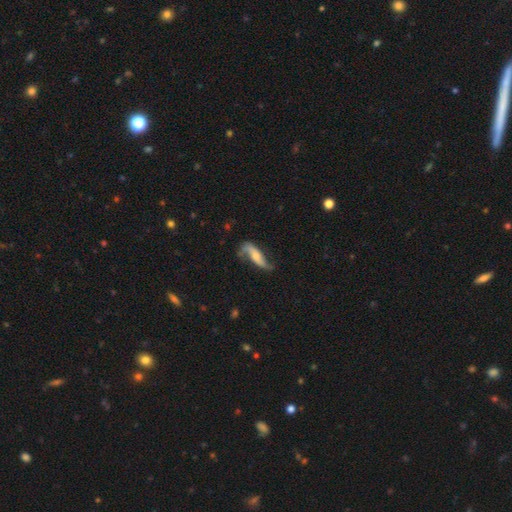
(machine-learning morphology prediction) smooth-or-featured: featured or disk: 72% | smooth: 22% | star or artifact: 6%
  disk-edge-on: no: 81% | yes: 19%
    bar: no: 53% | weak: 27% | strong: 21%
    has-spiral-arms: yes: 90% | no: 10%
      spiral-winding: loose: 81% | medium: 13% | tight: 5%
      spiral-arm-count: 2: 87% | 1: 6% | can't tell: 4% | 3: 1% | 4: 1% | more than 4: 1%
    bulge-size: small: 44% (tied) | moderate: 44% (tied) | none: 6% | large: 5% | dominant: 2%
  merging: none: 57% | minor disturbance: 25% | major disturbance: 15% | merger: 3%